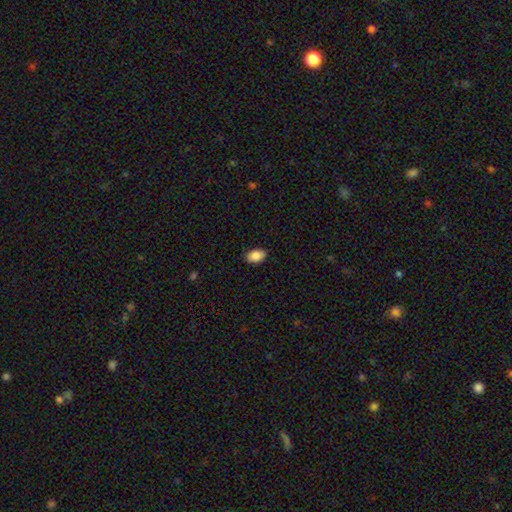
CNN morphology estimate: A smooth galaxy with no disk features (88%) that is in between round and cigar-shaped (91%).

Vote fractions:
- Smooth or featured? smooth: 88% / star or artifact: 7% / featured or disk: 5%
- How rounded? in between: 91% / round: 8% / cigar-shaped: 1%
- Merging? none: 88% / minor disturbance: 9% / major disturbance: 2% / merger: 1%